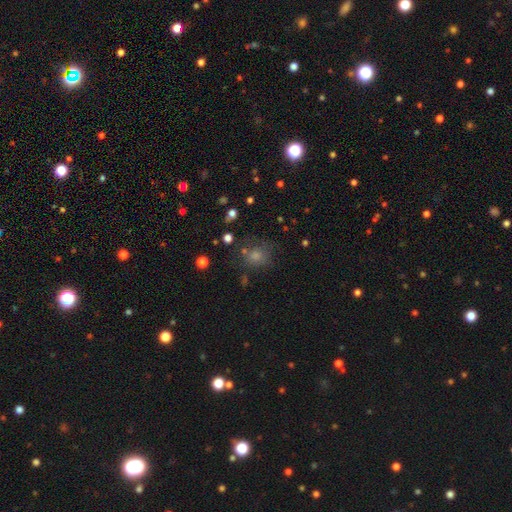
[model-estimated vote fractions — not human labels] Smooth or featured: smooth — 57% (star or artifact — 31%)
How rounded: round — 80% (in between — 18%)
Merging: none — 73% (minor disturbance — 14%)